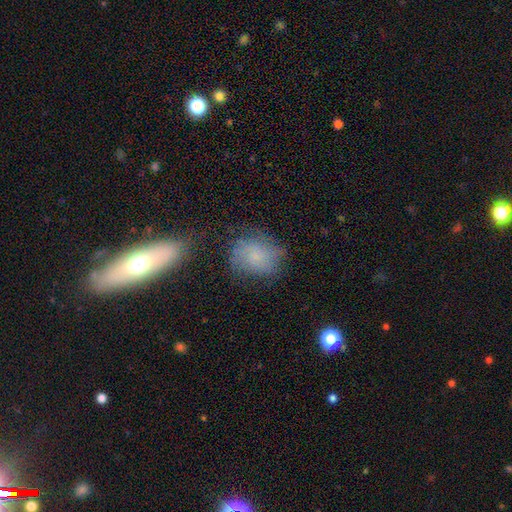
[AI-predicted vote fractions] Smooth or featured? smooth (66%)
How rounded? round (55%)
Merging? none (60%)